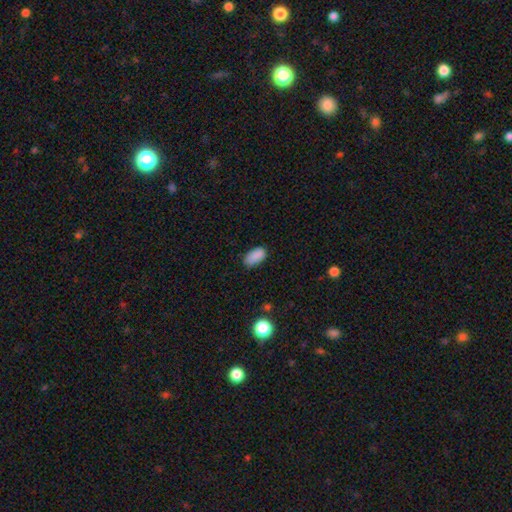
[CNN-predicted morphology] Smooth or featured? Predicted: smooth (p=0.87). How rounded? Predicted: in between (p=0.93). Merging? Predicted: none (p=0.78).